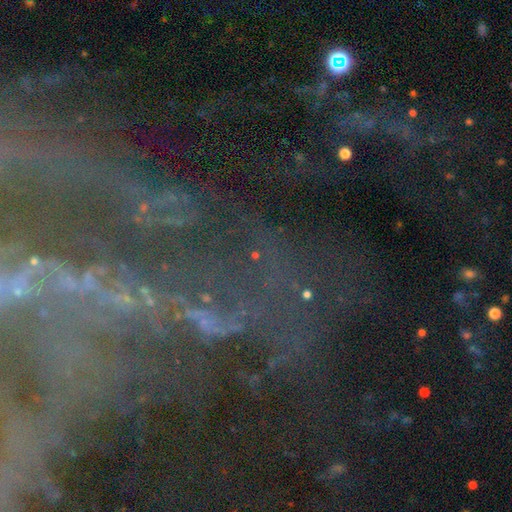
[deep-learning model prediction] This is likely a star or artifact rather than a galaxy (62%).